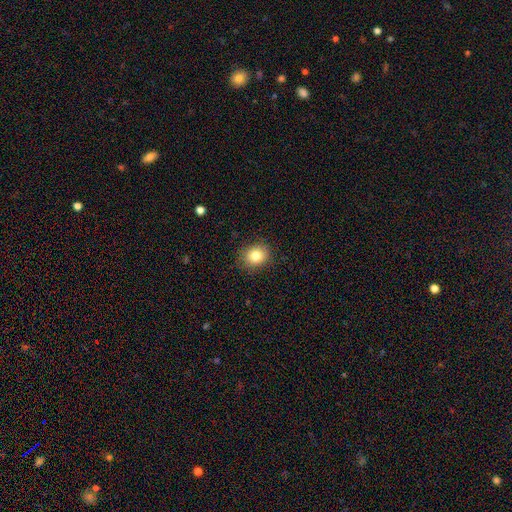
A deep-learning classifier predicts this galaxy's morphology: This is clearly a smooth galaxy (81%). How rounded: likely round (64%). Merging: clearly none (87%).